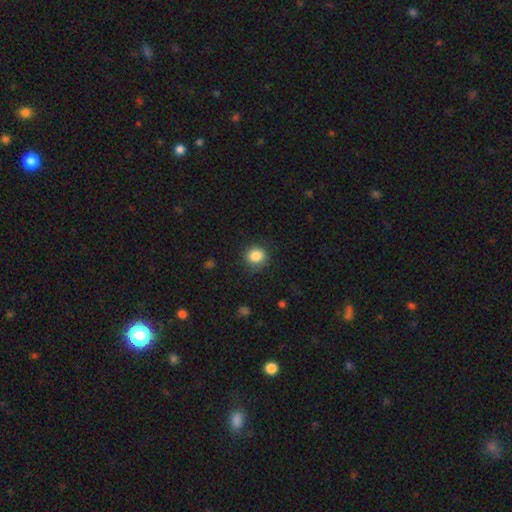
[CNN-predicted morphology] This is clearly a smooth galaxy (85%). How rounded: clearly round (88%). Merging: clearly none (85%).